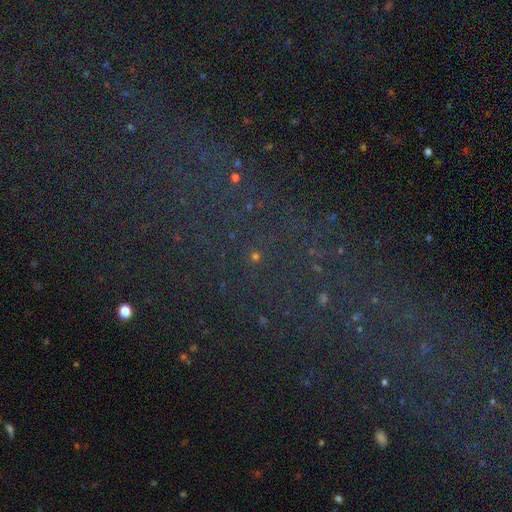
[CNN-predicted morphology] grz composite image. It shows a star or artifact, not a galaxy (71%).